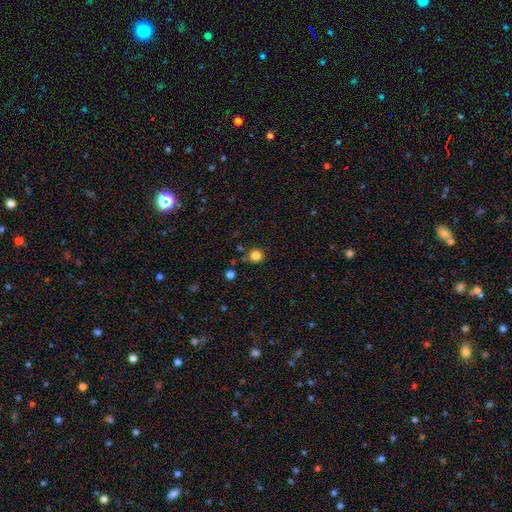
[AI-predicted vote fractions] Smooth or featured: smooth — 83% (star or artifact — 13%)
How rounded: round — 94% (in between — 5%)
Merging: none — 85% (minor disturbance — 8%)